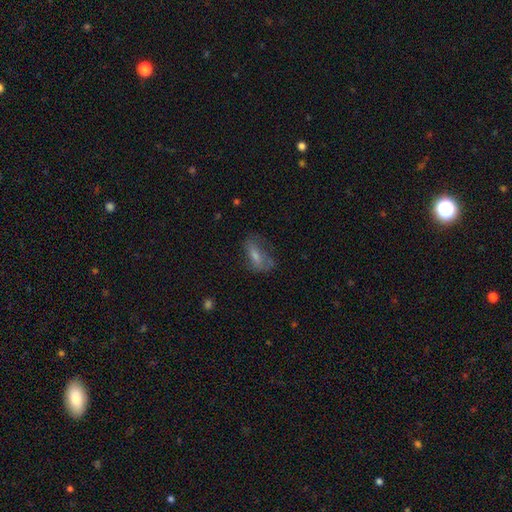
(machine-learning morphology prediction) smooth-or-featured: smooth: 48% | featured or disk: 38% | star or artifact: 14%
  merging: none: 51% | minor disturbance: 26% | major disturbance: 21% | merger: 2%